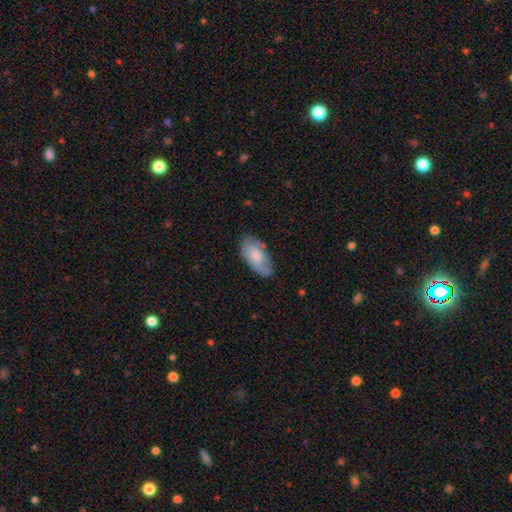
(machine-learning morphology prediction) smooth_or_featured: smooth (p=0.65) [alt: featured or disk p=0.29]
how_rounded: in between (p=0.94) [alt: cigar-shaped p=0.04]
merging: none (p=0.66) [alt: minor disturbance p=0.26]